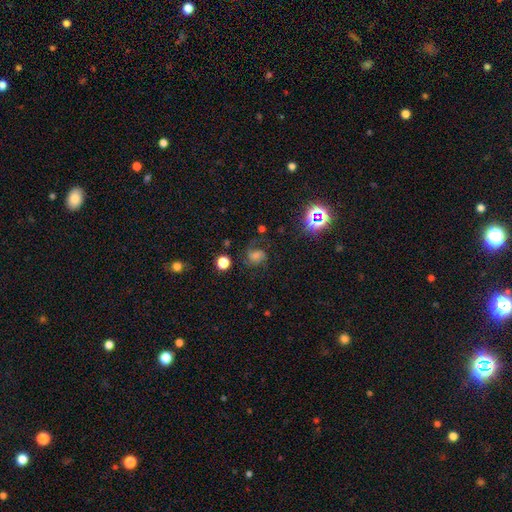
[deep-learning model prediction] Smooth or featured?
  - featured or disk: 53% *
  - star or artifact: 24%
  - smooth: 23%
Edge-on disk?
  - no: 97% *
  - yes: 3%
Bar?
  - no: 53% *
  - weak: 36%
  - strong: 11%
Spiral arms?
  - yes: 92% *
  - no: 8%
Bulge size?
  - moderate: 32% * (tied)
  - small: 32% * (tied)
  - none: 19%
  - large: 12%
  - dominant: 4%
Merging?
  - none: 65% *
  - minor disturbance: 18%
  - major disturbance: 15%
  - merger: 3%